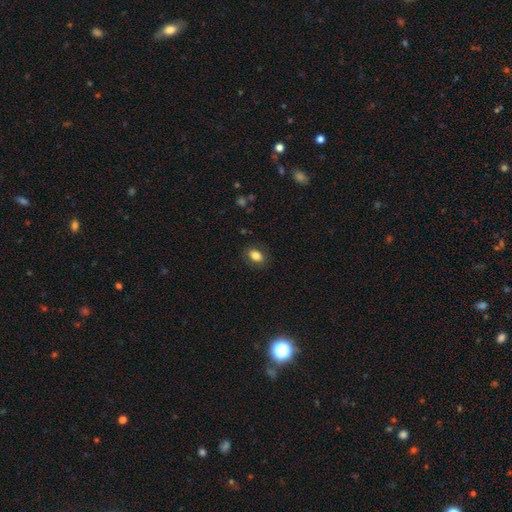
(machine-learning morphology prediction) smooth_or_featured: smooth (p=0.83) [alt: featured or disk p=0.09]
how_rounded: in between (p=0.84) [alt: round p=0.14]
merging: none (p=0.86) [alt: minor disturbance p=0.10]